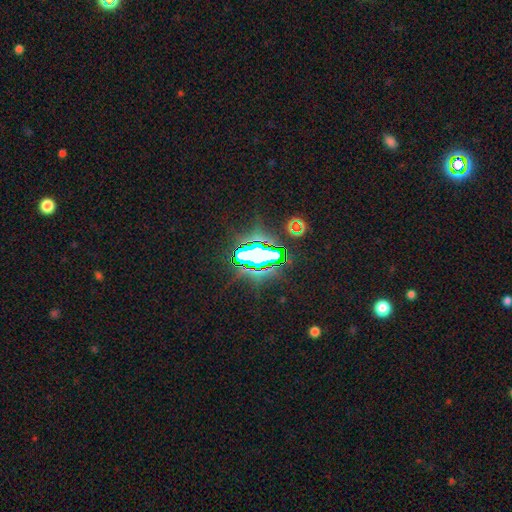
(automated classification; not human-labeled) A star or artifact, not a galaxy (71%).

Vote fractions:
- Smooth or featured? star or artifact: 71% / smooth: 15% / featured or disk: 13%